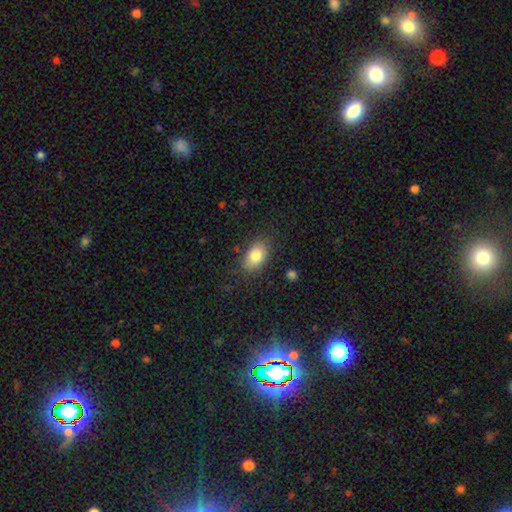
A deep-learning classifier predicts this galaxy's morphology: A smooth galaxy with no disk features (81%) that is in between round and cigar-shaped (88%). Merging: none (81%).